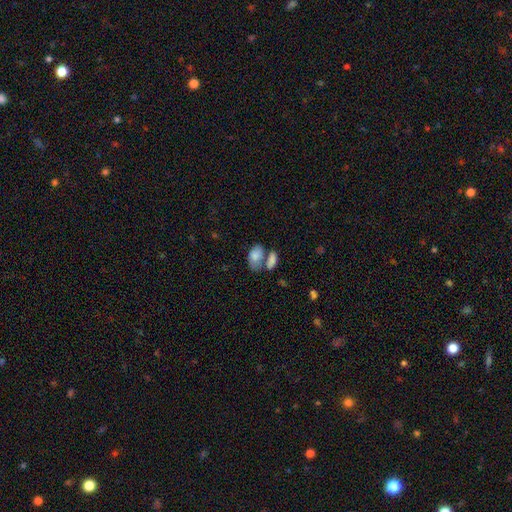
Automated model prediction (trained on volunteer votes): smooth-or-featured: smooth: 80% | featured or disk: 13% | star or artifact: 7%
  how-rounded: in between: 90% | round: 8% | cigar-shaped: 2%
  merging: merger: 50% | none: 28% | minor disturbance: 14% | major disturbance: 8%